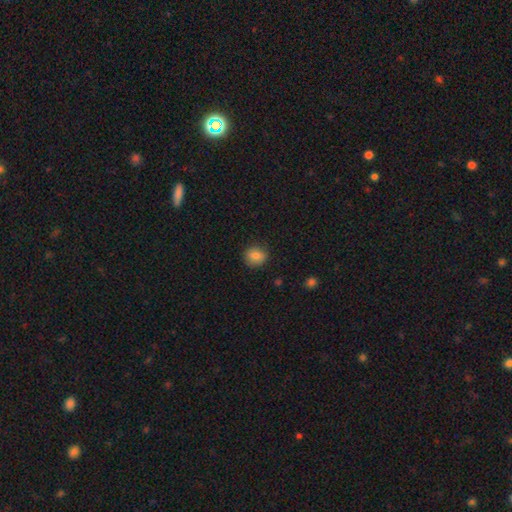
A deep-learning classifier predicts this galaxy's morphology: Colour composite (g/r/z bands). It shows a smooth galaxy with no disk features (84%) that is round (73%). Merging: none (84%).